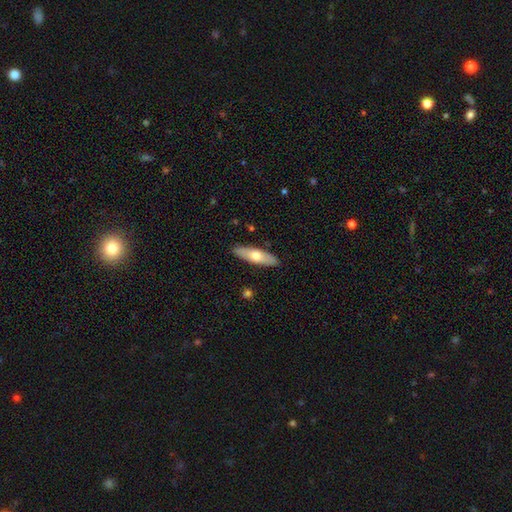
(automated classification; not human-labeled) A smooth galaxy with no disk features (60%) that is cigar-shaped (55%). Merging: none (89%).